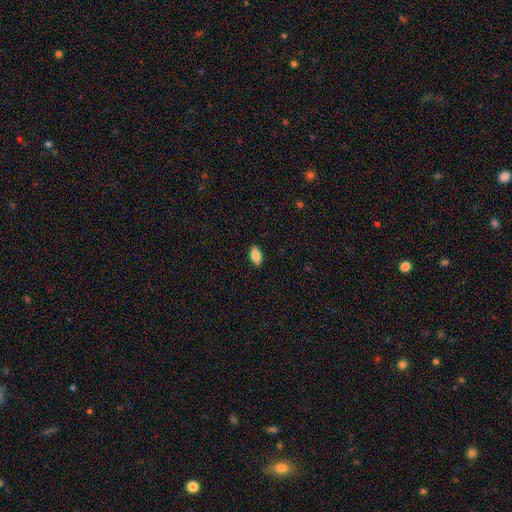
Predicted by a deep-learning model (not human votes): A smooth galaxy with no disk features (85%) that is in between round and cigar-shaped (91%).

Vote fractions:
- Smooth or featured? smooth: 85% / featured or disk: 8% / star or artifact: 7%
- How rounded? in between: 91% / cigar-shaped: 6% / round: 3%
- Merging? none: 90% / minor disturbance: 8% / major disturbance: 2% / merger: 1%